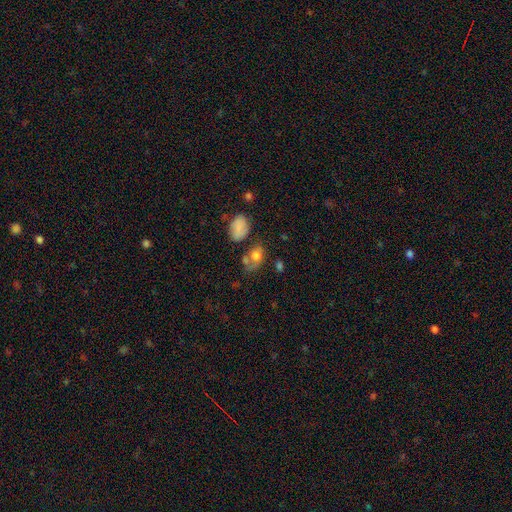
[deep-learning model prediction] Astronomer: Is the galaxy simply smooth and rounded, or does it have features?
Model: smooth — 70%.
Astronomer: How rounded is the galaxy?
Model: in between — 75%.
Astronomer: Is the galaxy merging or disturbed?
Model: none — 41% (runner-up: minor disturbance, 23%).